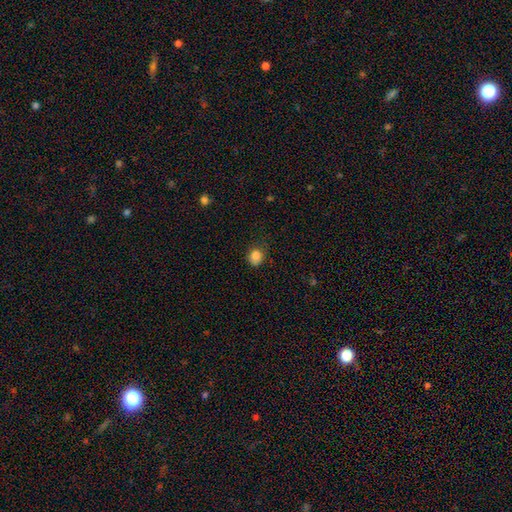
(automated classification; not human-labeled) This is clearly a smooth galaxy (84%). How rounded: likely round (74%). Merging: likely none (69%).